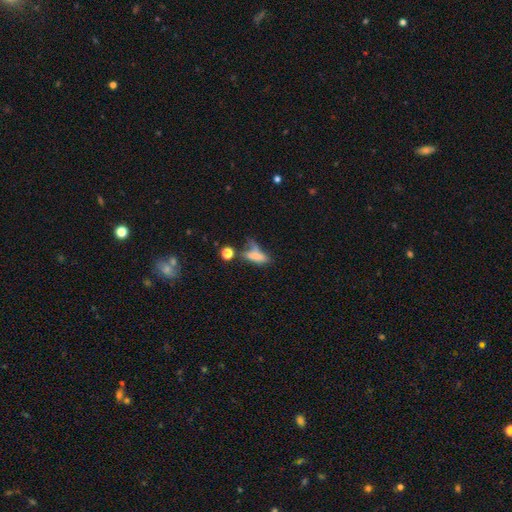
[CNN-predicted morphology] smooth-or-featured: smooth: 67% | featured or disk: 20% | star or artifact: 13%
  how-rounded: in between: 60% | cigar-shaped: 35% | round: 6%
  merging: major disturbance: 29% (tied) | none: 29% (tied) | merger: 21% | minor disturbance: 21%